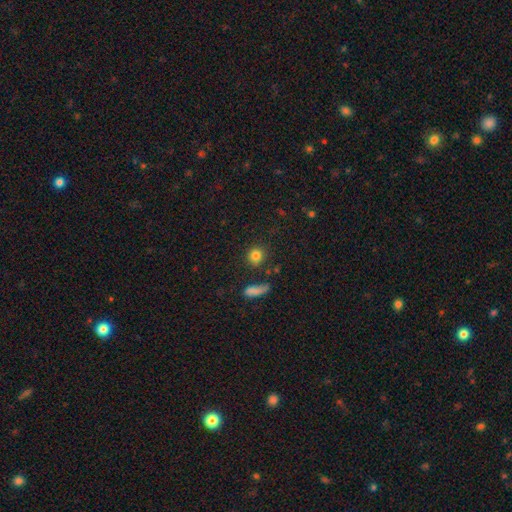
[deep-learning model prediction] smooth-or-featured: smooth: 82% | star or artifact: 11% | featured or disk: 7%
  how-rounded: round: 86% | in between: 12% | cigar-shaped: 2%
  merging: none: 83% | minor disturbance: 9% | merger: 5% | major disturbance: 3%